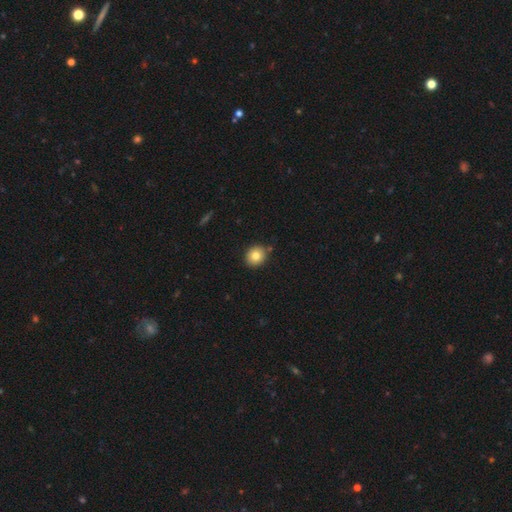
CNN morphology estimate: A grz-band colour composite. It shows a smooth galaxy with no disk features (80%) that is round (82%). Merging: none (85%).